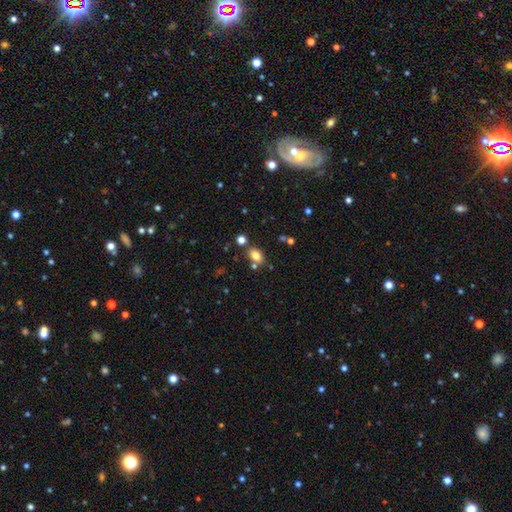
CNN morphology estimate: This appears to be a smooth galaxy with no disk features (79%) that is in between round and cigar-shaped (80%). Merging: none (71%).